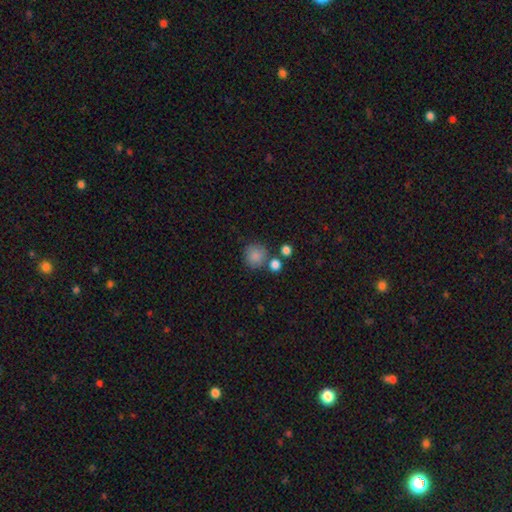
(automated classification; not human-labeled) The model was most divided on "merging": none: 71%, merger: 14%, minor disturbance: 11%, major disturbance: 4%. More confident: how rounded — round (90%); smooth or featured — smooth (85%).